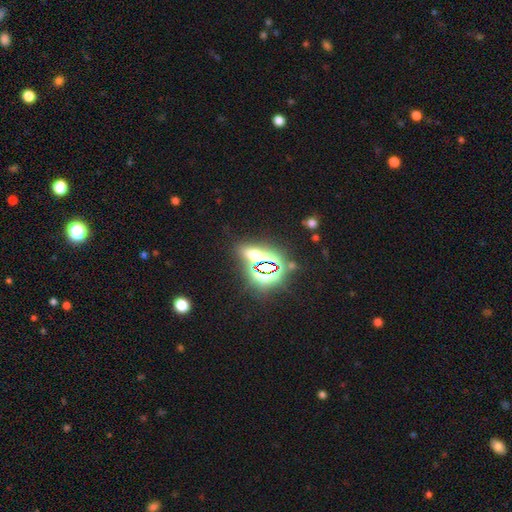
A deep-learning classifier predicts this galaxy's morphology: Smooth or featured? star or artifact (61%)